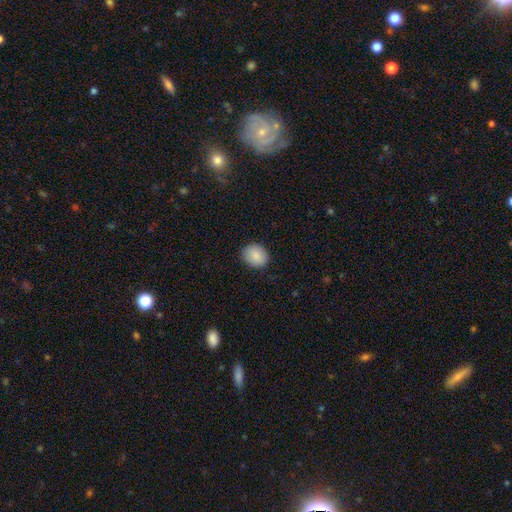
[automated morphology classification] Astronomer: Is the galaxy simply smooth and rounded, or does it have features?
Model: smooth — 88%.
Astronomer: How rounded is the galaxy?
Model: round — 57% (runner-up: in between, 42%).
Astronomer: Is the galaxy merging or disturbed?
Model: none — 87%.